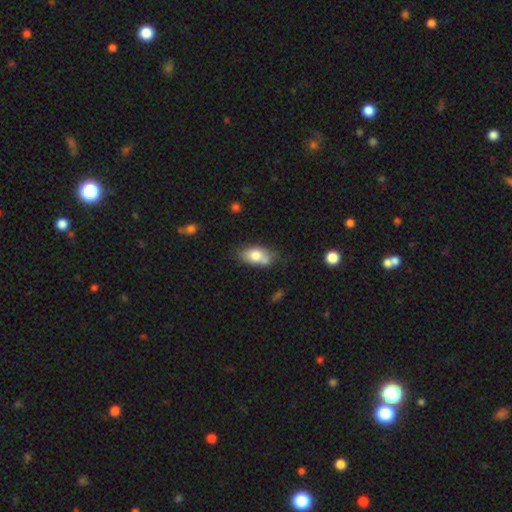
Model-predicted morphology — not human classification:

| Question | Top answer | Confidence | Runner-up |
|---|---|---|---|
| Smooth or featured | smooth | 76% | featured or disk (17%) |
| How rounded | in between | 89% | round (7%) |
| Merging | none | 54% | minor disturbance (24%) |